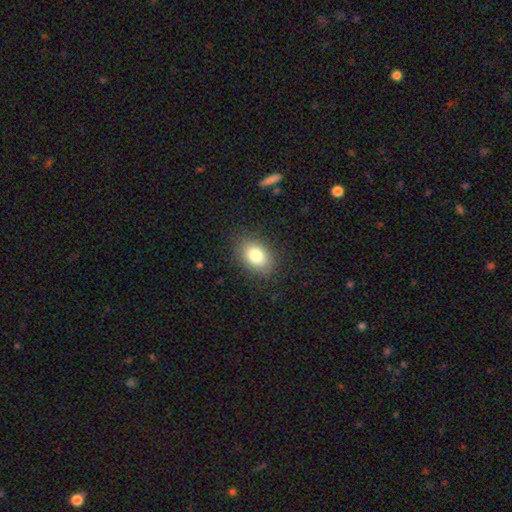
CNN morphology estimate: Smooth or featured? Predicted: smooth (p=0.81). How rounded? Predicted: in between (p=0.83). Merging? Predicted: none (p=0.85).